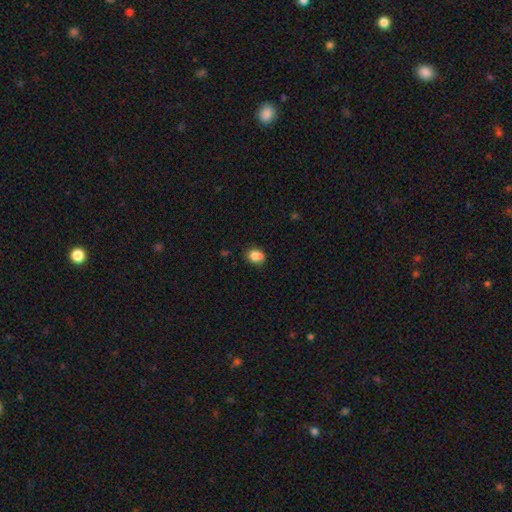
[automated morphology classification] A smooth galaxy with no disk features (80%) that is round (55%). Merging: none (51%).